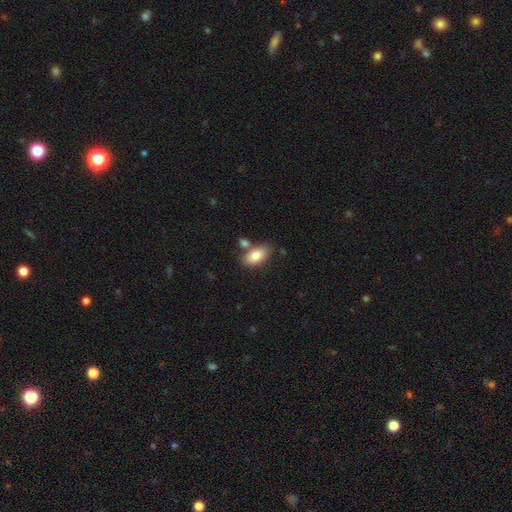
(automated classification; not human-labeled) Smooth or featured: smooth — 81% (featured or disk — 12%)
How rounded: in between — 92% (round — 5%)
Merging: none — 66% (merger — 18%)